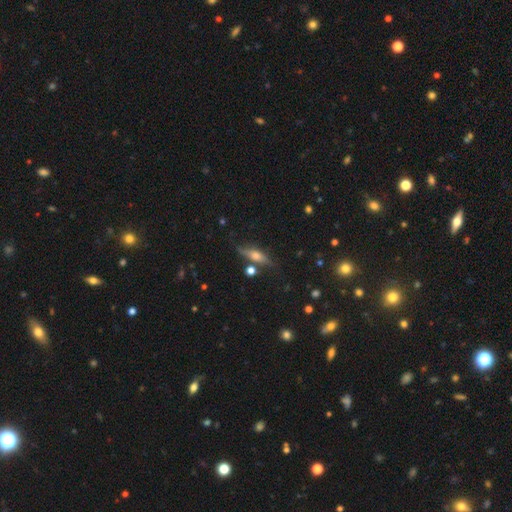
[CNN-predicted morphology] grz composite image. It shows a featured or disk galaxy (54%) viewed edge-on (90%). Merging: none (75%).